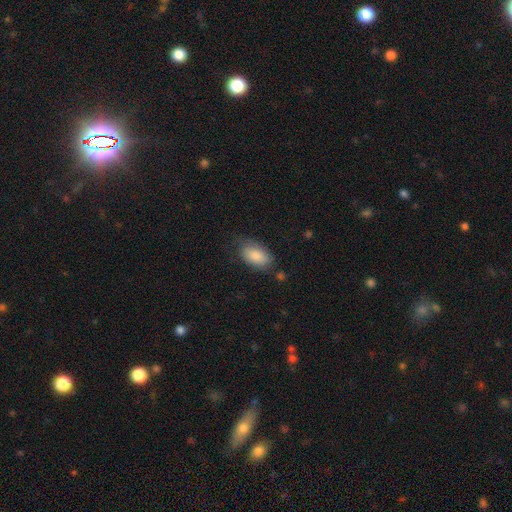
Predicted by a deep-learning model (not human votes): The model was most divided on "merging": none: 66%, minor disturbance: 24%, major disturbance: 7%, merger: 2%. More confident: how rounded — in between (93%); smooth or featured — smooth (84%).